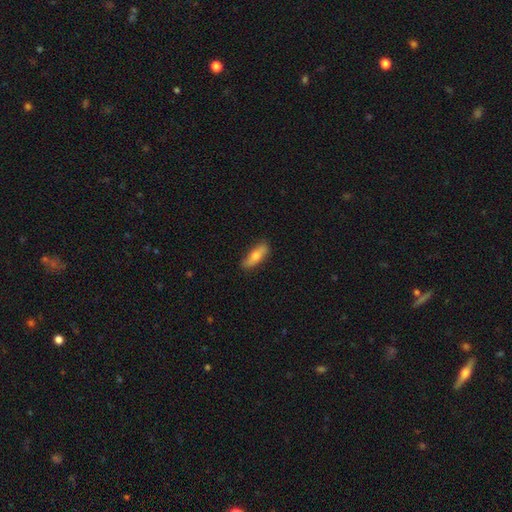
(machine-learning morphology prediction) A smooth galaxy with no disk features (67%) that is in between round and cigar-shaped (51%).

Vote fractions:
- Smooth or featured? smooth: 67% / featured or disk: 27% / star or artifact: 6%
- How rounded? in between: 51% / cigar-shaped: 46% / round: 3%
- Merging? none: 83% / minor disturbance: 13% / major disturbance: 2% / merger: 1%